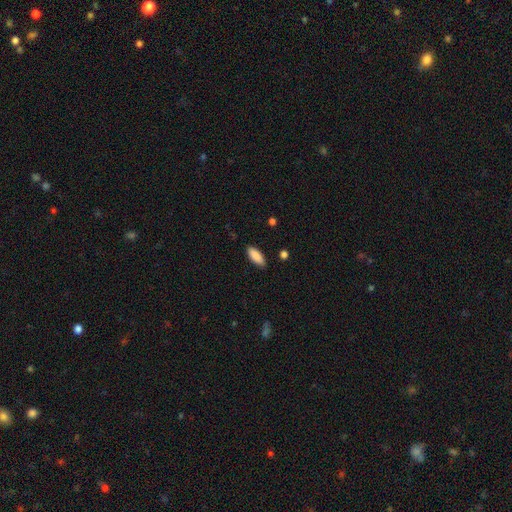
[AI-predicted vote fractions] A smooth galaxy with no disk features (88%) that is in between round and cigar-shaped (77%). Merging: none (86%).